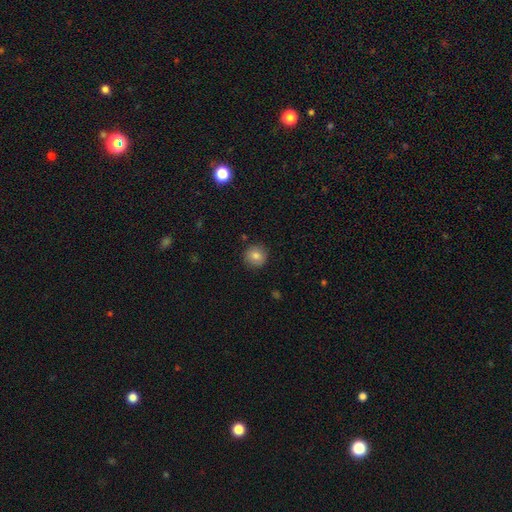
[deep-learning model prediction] smooth_or_featured: smooth (p=0.82) [alt: star or artifact p=0.10]
how_rounded: round (p=0.94) [alt: in between p=0.05]
merging: none (p=0.89) [alt: minor disturbance p=0.08]